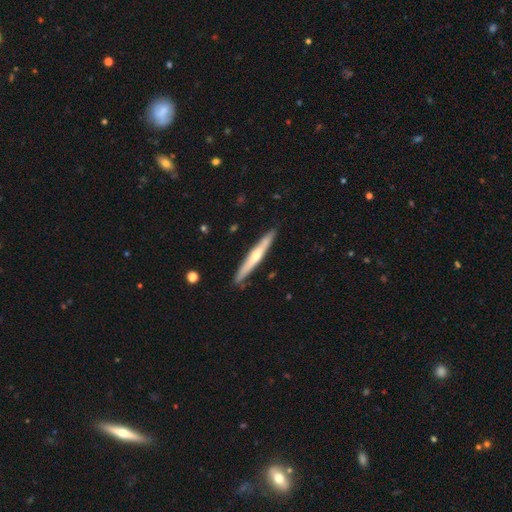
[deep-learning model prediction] smooth_or_featured: featured or disk (p=0.59) [alt: smooth p=0.36]
disk_edge_on: yes (p=0.95) [alt: no p=0.05]
edge_on_bulge: rounded (p=0.76) [alt: none p=0.20]
merging: none (p=0.89) [alt: minor disturbance p=0.08]